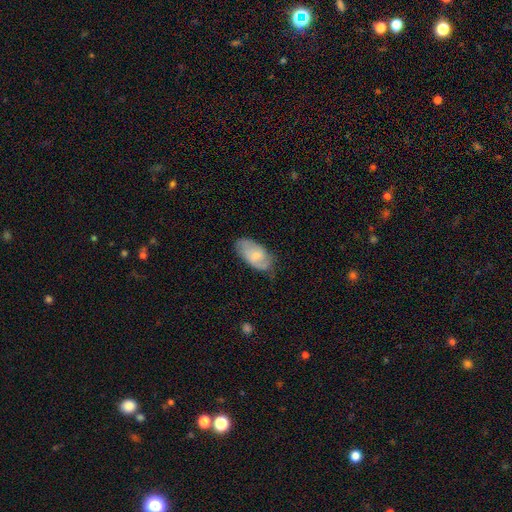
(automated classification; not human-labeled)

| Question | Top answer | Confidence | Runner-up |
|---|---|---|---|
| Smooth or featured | smooth | 56% | featured or disk (38%) |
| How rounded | in between | 94% | round (4%) |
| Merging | none | 61% | minor disturbance (30%) |